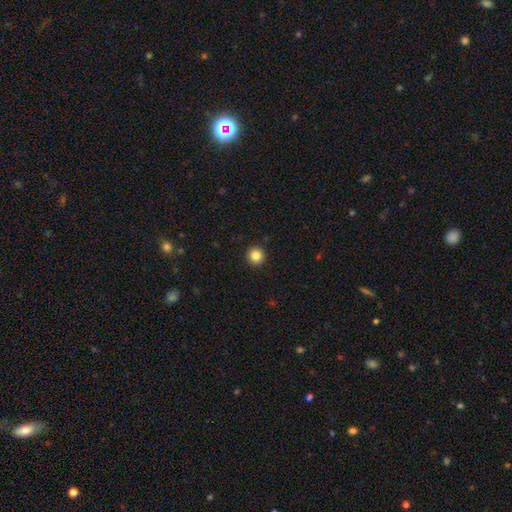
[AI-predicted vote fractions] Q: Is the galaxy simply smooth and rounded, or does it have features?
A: smooth — 84%.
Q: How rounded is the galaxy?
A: round — 95%.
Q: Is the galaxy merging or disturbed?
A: none — 93%.